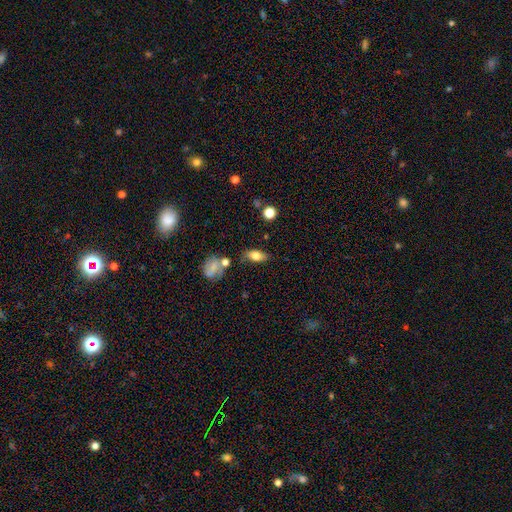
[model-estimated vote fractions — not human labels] Smooth or featured? smooth (72%)
How rounded? in between (82%)
Merging? none (67%)